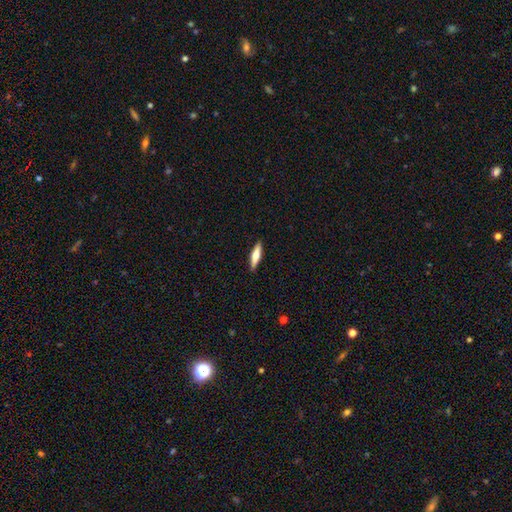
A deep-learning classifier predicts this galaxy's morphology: smooth_or_featured: smooth (p=0.56) [alt: featured or disk p=0.38]
how_rounded: cigar-shaped (p=0.77) [alt: in between p=0.22]
merging: none (p=0.90) [alt: minor disturbance p=0.07]